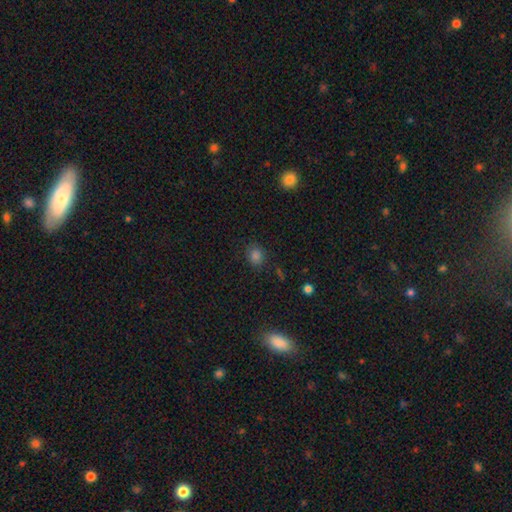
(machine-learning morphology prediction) smooth_or_featured: smooth (p=0.80) [alt: star or artifact p=0.16]
how_rounded: round (p=0.57) [alt: in between p=0.42]
merging: none (p=0.82) [alt: minor disturbance p=0.13]